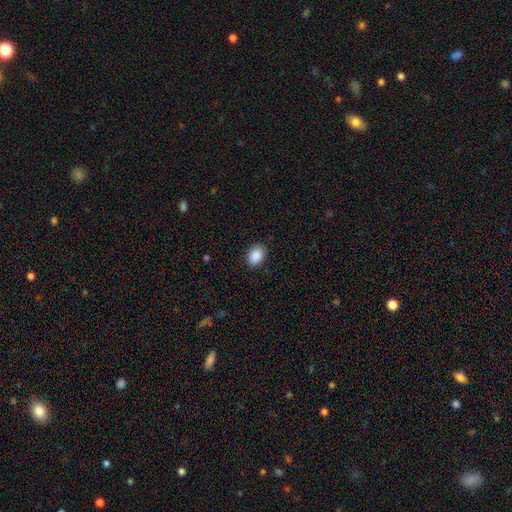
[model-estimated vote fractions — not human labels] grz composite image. It shows a smooth galaxy with no disk features (89%) that is in between round and cigar-shaped (80%). Merging: none (86%).